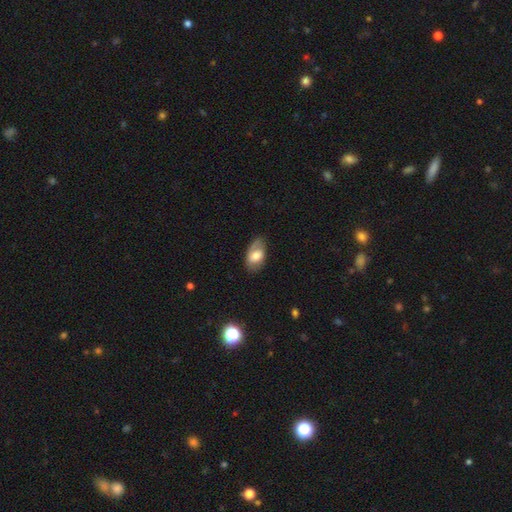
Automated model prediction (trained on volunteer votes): Smooth or featured?
  - smooth: 63% *
  - featured or disk: 30%
  - star or artifact: 8%
How rounded?
  - in between: 92% *
  - round: 6%
  - cigar-shaped: 2%
Merging?
  - none: 65% *
  - minor disturbance: 26%
  - major disturbance: 8%
  - merger: 2%